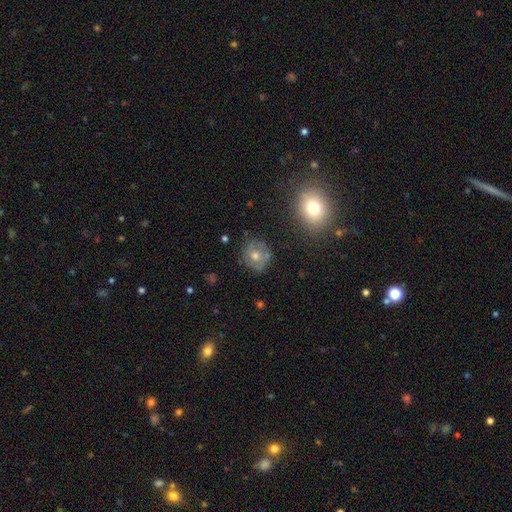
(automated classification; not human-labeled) Morphology: type=smooth (46%); merging=none (76%).